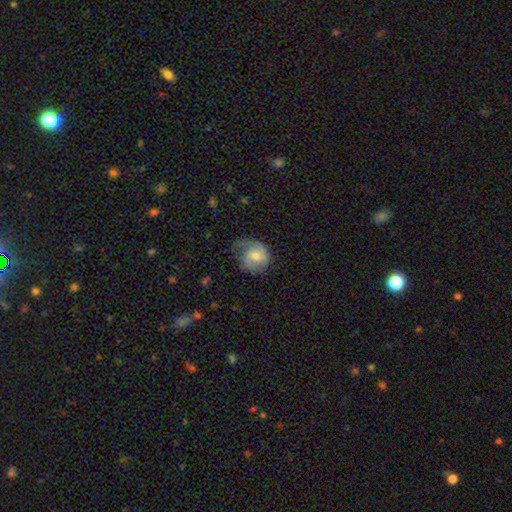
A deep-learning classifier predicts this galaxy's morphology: This is possibly a smooth galaxy (58%). How rounded: likely round (73%). Merging: marginally none (39%).